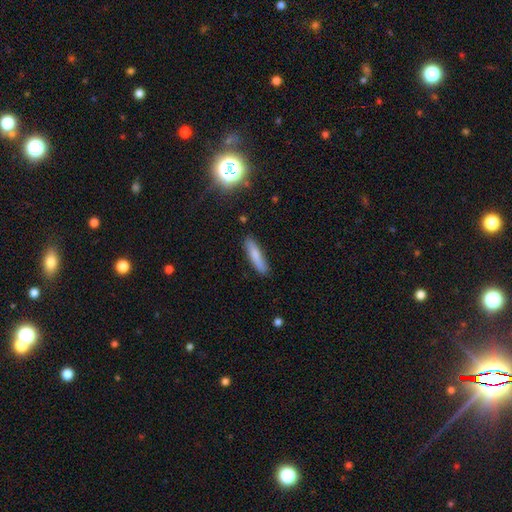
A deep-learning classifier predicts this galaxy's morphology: smooth 77%, featured or disk 15%, star or artifact 8%. Down the decision tree: how rounded — cigar-shaped (85%); merging — none (86%).